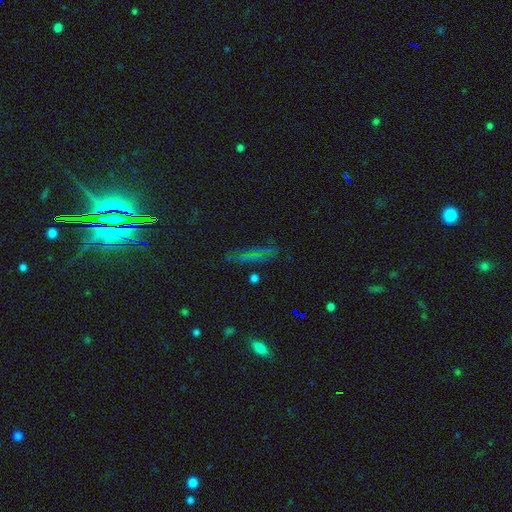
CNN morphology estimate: The model was most divided on "smooth or featured": star or artifact: 49%, smooth: 29%, featured or disk: 22%.